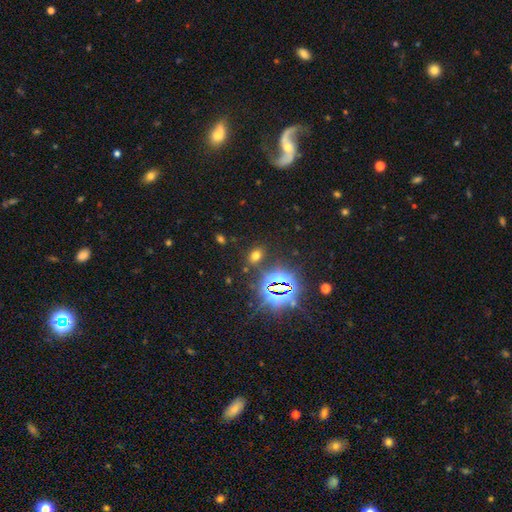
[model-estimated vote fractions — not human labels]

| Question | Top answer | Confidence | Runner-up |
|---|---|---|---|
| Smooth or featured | smooth | 51% | star or artifact (41%) |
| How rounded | in between | 64% | round (34%) |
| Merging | none | 83% | minor disturbance (9%) |